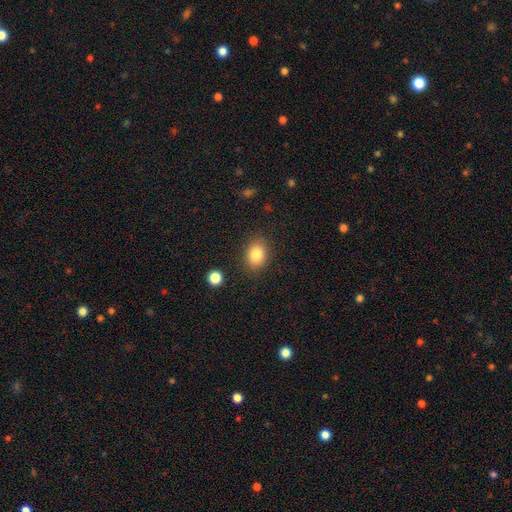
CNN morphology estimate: A smooth galaxy with no disk features (84%) that is in between round and cigar-shaped (60%).

Vote fractions:
- Smooth or featured? smooth: 84% / star or artifact: 9% / featured or disk: 7%
- How rounded? in between: 60% / round: 39% / cigar-shaped: 1%
- Merging? none: 84% / minor disturbance: 10% / major disturbance: 3% / merger: 2%